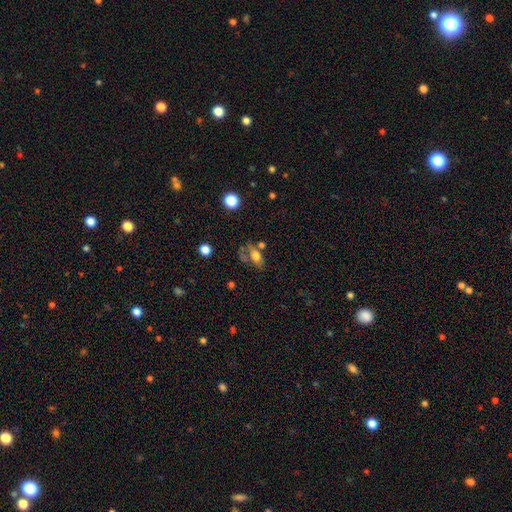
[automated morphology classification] This appears to be a smooth galaxy with no disk features (61%) that is in between round and cigar-shaped (79%). Merging: none (40%).